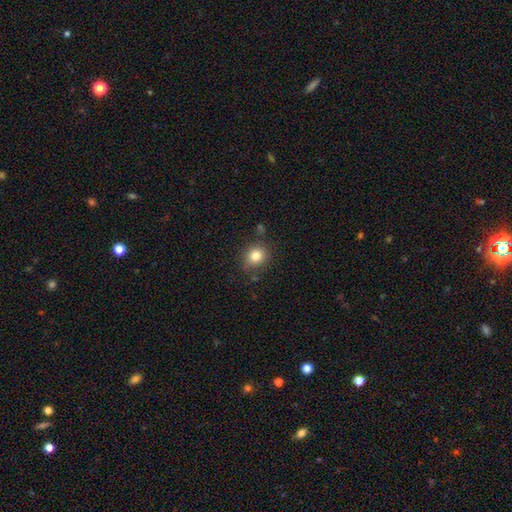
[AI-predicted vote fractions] Q: Smooth or featured?
A: smooth (82%); runner-up: star or artifact (11%)
Q: How rounded?
A: round (79%); runner-up: in between (20%)
Q: Merging?
A: none (78%); runner-up: minor disturbance (15%)